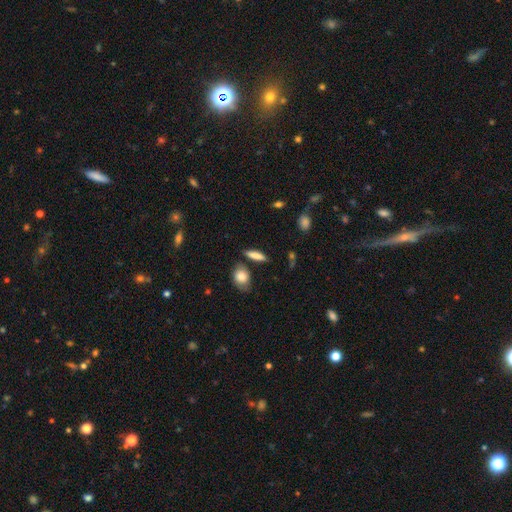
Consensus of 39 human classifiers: Overall: smooth (72%). How rounded: cigar-shaped (82%). Merging: none (78%).